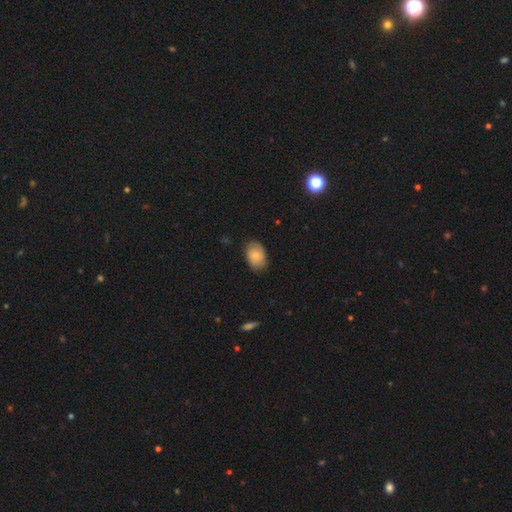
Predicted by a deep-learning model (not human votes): smooth-or-featured: smooth: 75% | featured or disk: 18% | star or artifact: 7%
  how-rounded: in between: 79% | round: 20% | cigar-shaped: 1%
  merging: none: 78% | minor disturbance: 18% | major disturbance: 3% | merger: 1%